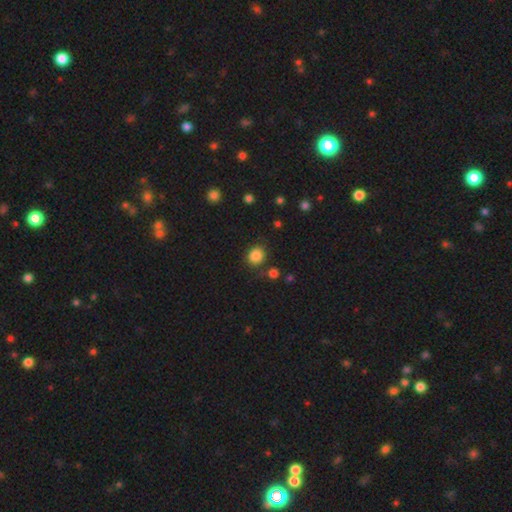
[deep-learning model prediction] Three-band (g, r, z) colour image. It shows a smooth galaxy with no disk features (85%) that is round (73%). Merging: none (81%).